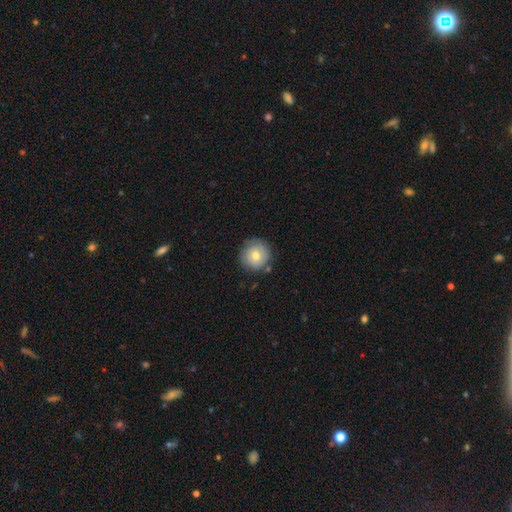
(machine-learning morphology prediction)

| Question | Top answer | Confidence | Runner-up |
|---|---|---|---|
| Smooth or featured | smooth | 73% | featured or disk (18%) |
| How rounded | round | 94% | in between (5%) |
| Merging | none | 81% | minor disturbance (13%) |